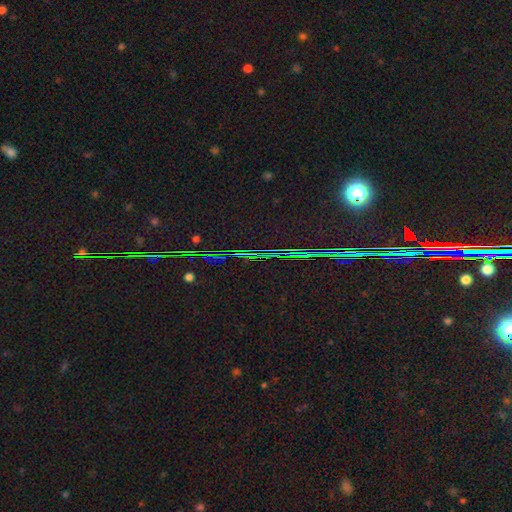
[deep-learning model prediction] smooth_or_featured: star or artifact (p=0.88) [alt: featured or disk p=0.07]